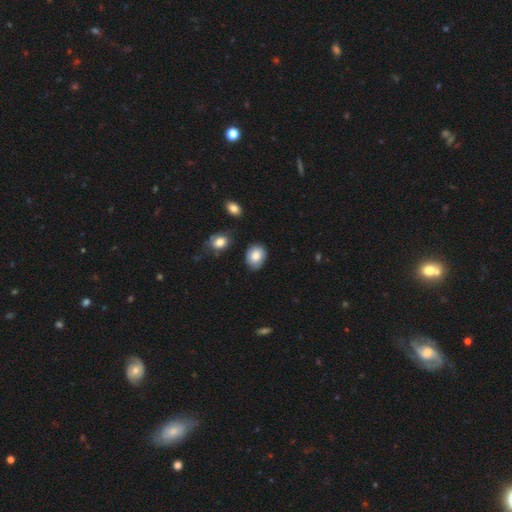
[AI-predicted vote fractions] Q: Smooth or featured?
A: smooth (82%); runner-up: featured or disk (10%)
Q: How rounded?
A: in between (63%); runner-up: round (36%)
Q: Merging?
A: none (77%); runner-up: minor disturbance (17%)